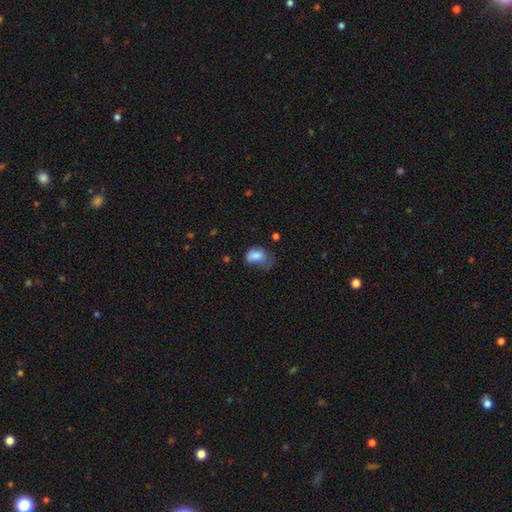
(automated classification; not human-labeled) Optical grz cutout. It shows a smooth galaxy with no disk features (80%) that is in between round and cigar-shaped (81%). Merging: major disturbance (36%, tied with minor disturbance).